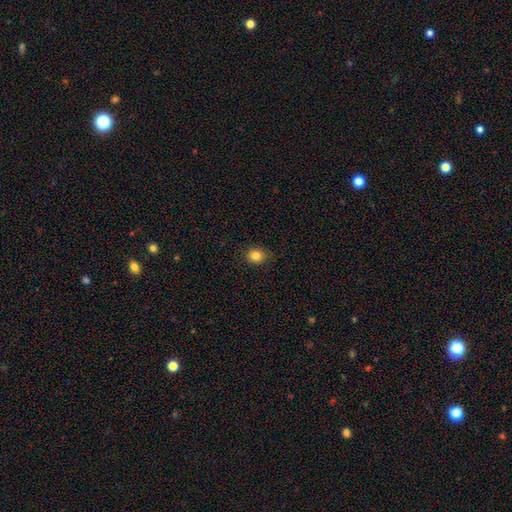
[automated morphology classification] Smooth or featured? smooth (83%)
How rounded? round (67%)
Merging? none (87%)